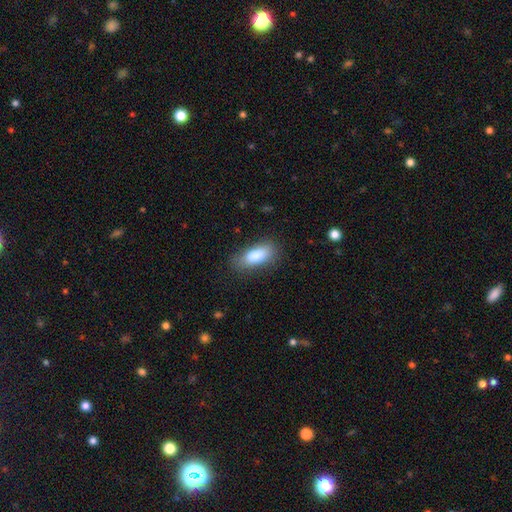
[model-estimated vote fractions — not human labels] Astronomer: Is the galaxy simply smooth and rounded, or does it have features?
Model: smooth — 83%.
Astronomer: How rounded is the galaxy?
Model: in between — 80%.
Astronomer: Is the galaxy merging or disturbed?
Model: none — 79%.